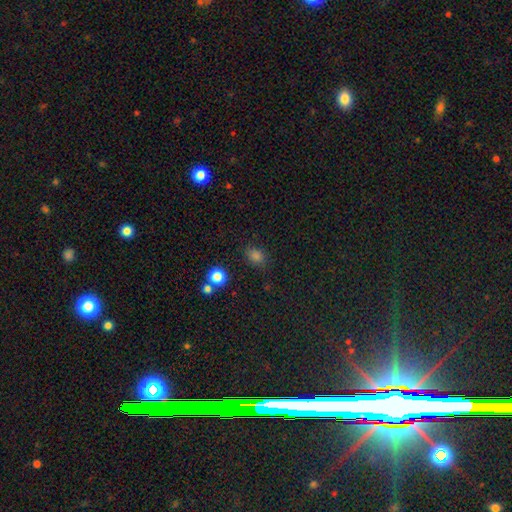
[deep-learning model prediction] Morphology: type=smooth (79%); roundness=in between (53%); merging=none (82%).